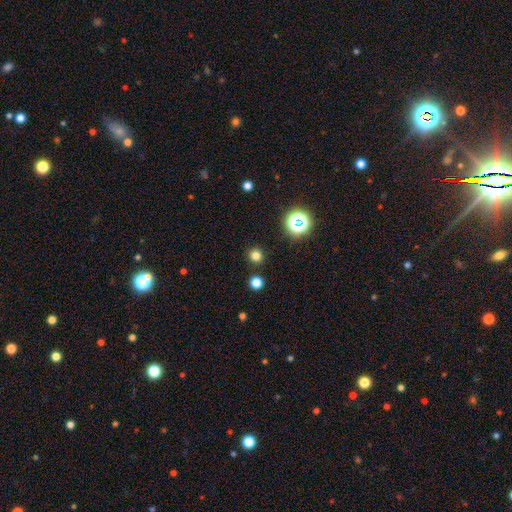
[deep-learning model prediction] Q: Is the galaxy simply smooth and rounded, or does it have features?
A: smooth — 76%.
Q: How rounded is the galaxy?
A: round — 93%.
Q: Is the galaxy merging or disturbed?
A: none — 91%.